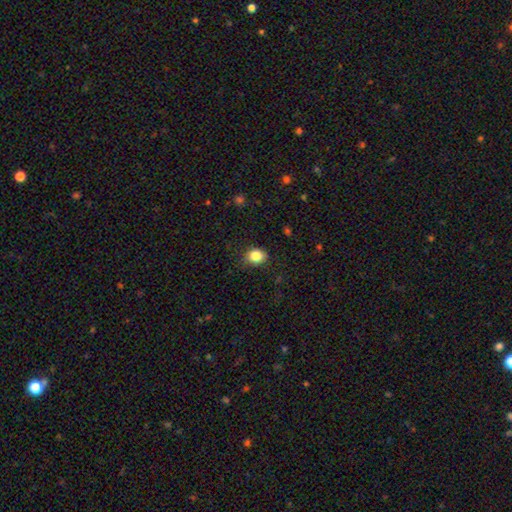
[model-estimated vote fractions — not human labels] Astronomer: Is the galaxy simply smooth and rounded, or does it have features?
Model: smooth — 84%.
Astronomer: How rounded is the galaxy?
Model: round — 58% (runner-up: in between, 41%).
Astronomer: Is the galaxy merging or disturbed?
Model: none — 79%.